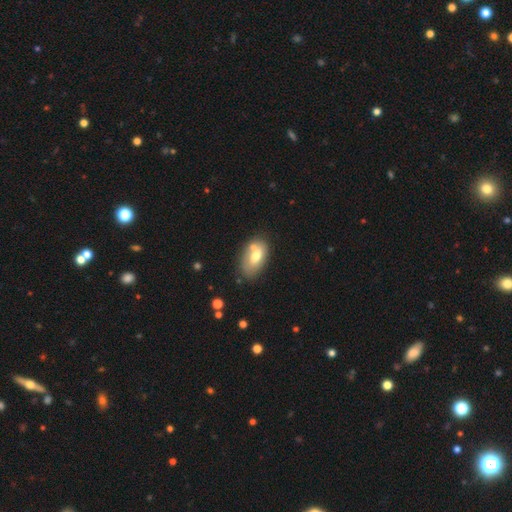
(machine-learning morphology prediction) A smooth galaxy with no disk features (64%) that is in between round and cigar-shaped (92%). Merging: none (58%).